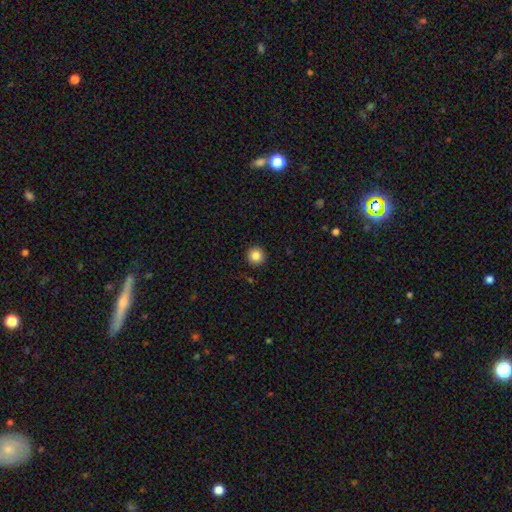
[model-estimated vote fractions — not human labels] Smooth or featured? smooth (84%)
How rounded? round (96%)
Merging? none (93%)